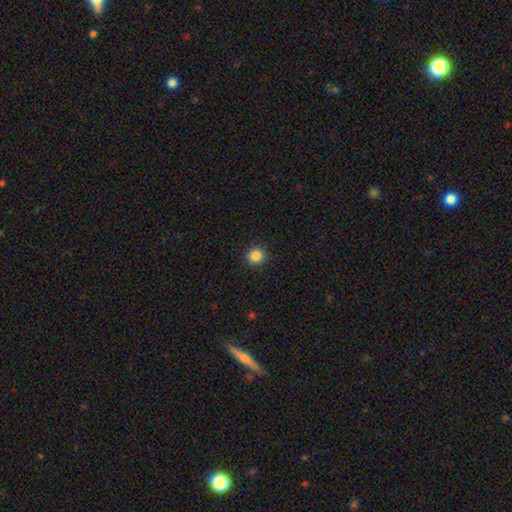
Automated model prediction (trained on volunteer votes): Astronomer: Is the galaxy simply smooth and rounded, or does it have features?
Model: smooth — 85%.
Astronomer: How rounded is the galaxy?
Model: round — 91%.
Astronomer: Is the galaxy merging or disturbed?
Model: none — 92%.